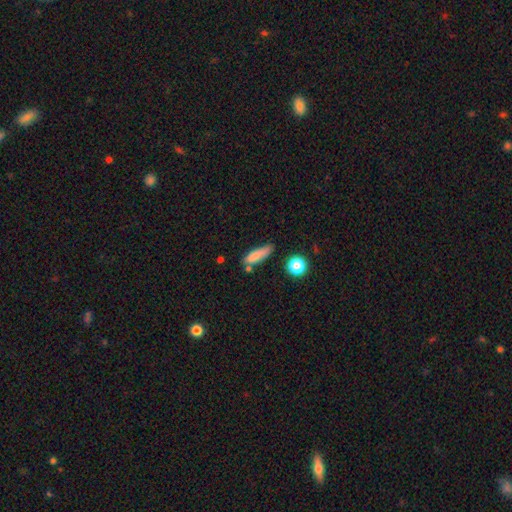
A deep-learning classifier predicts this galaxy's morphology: smooth 81%, featured or disk 10%, star or artifact 9%. Down the decision tree: how rounded — cigar-shaped (62%); merging — none (62%).